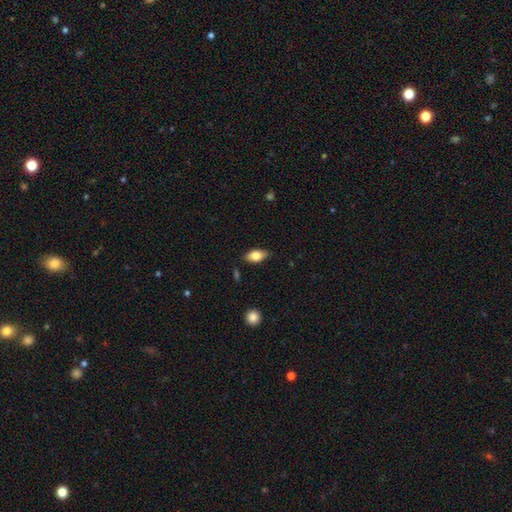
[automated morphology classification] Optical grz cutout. It shows a smooth galaxy with no disk features (77%) that is in between round and cigar-shaped (89%). Merging: none (85%).